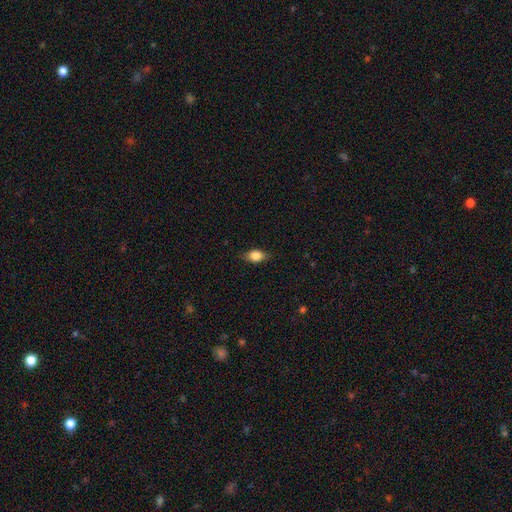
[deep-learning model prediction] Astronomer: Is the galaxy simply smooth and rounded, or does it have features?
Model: smooth — 80%.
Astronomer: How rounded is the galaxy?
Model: in between — 80%.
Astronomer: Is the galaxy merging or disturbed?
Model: none — 80%.